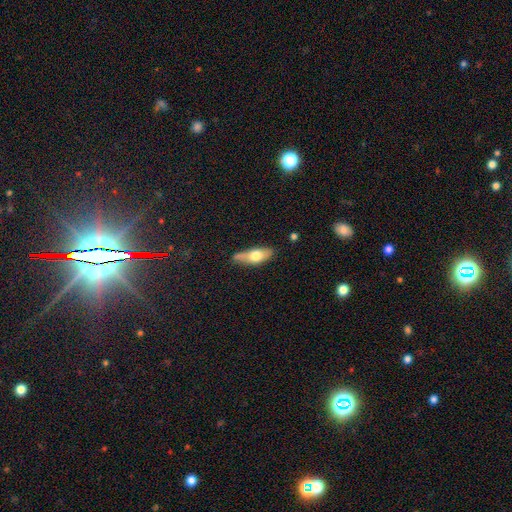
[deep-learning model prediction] Overall: smooth (60%; featured or disk 34%). How rounded: in between (61%; cigar-shaped 36%). Merging: none (67%).